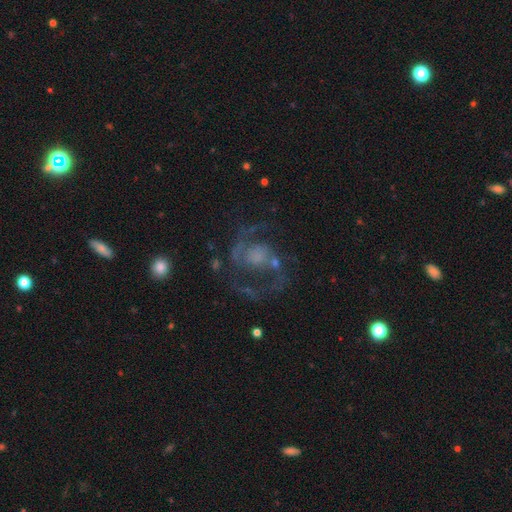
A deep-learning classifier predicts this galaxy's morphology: Smooth or featured? featured or disk (80%)
Edge-on disk? no (98%)
Bar? no (66%)
Spiral arms? yes (86%)
Spiral winding? medium (53%)
Spiral arm count? 2 (77%)
Bulge size? moderate (29%)
Merging? none (59%)